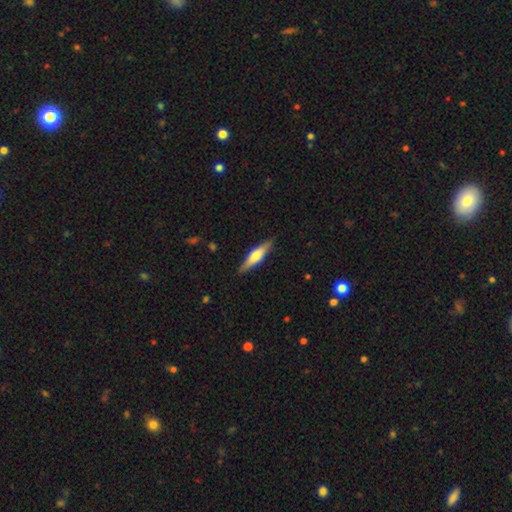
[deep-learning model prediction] Q: Smooth or featured?
A: featured or disk (48%); runner-up: smooth (47%)
Q: Merging?
A: none (88%); runner-up: minor disturbance (9%)